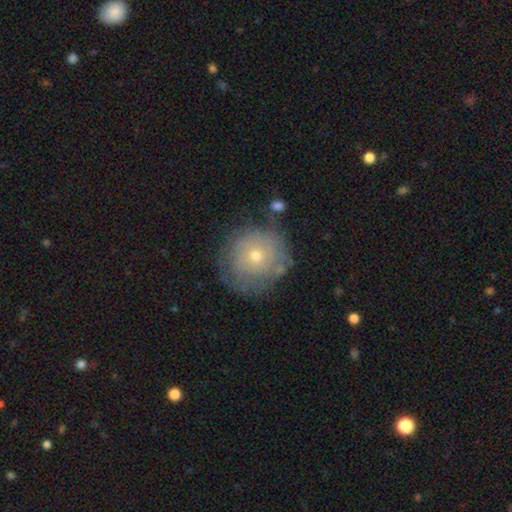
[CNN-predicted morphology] smooth 49%, featured or disk 42%, star or artifact 9%. Down the decision tree: merging — none (69%).